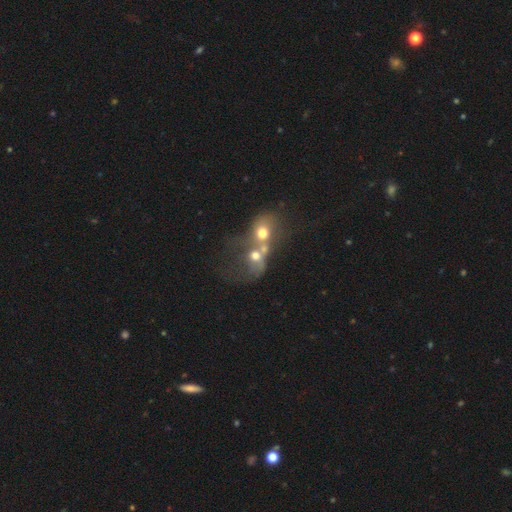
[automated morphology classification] smooth 52%, featured or disk 34%, star or artifact 14%. Down the decision tree: how rounded — round (60%); merging — merger (74%).